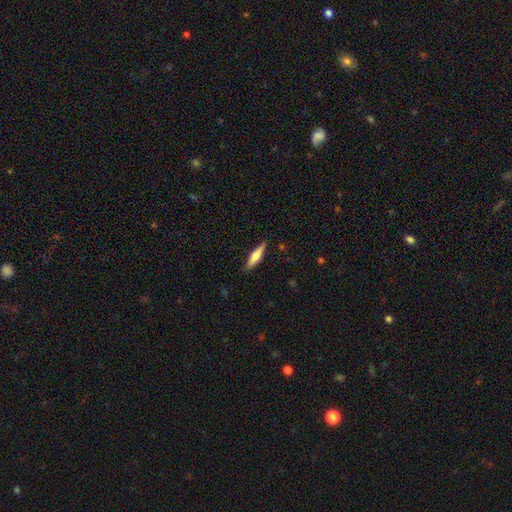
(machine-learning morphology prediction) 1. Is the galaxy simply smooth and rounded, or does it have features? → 53% smooth, 41% featured or disk, 6% star or artifact.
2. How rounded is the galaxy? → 76% cigar-shaped, 23% in between, 2% round.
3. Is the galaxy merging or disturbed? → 87% none, 9% minor disturbance, 2% major disturbance, 1% merger.